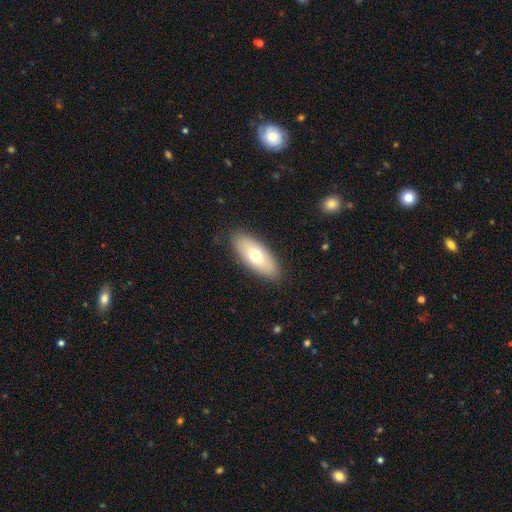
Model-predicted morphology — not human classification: Q: Smooth or featured?
A: smooth (67%); runner-up: featured or disk (27%)
Q: How rounded?
A: in between (81%); runner-up: cigar-shaped (16%)
Q: Merging?
A: none (87%); runner-up: minor disturbance (10%)